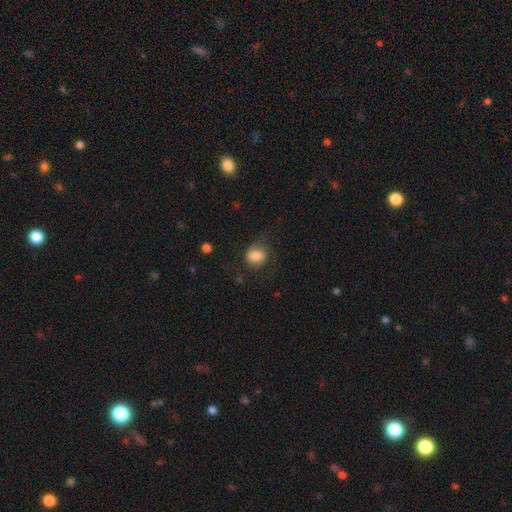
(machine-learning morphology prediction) Overall: smooth (76%). How rounded: round (56%; in between 43%). Merging: none (63%).